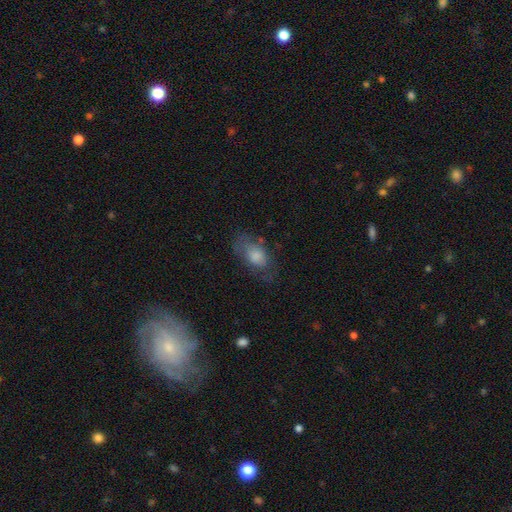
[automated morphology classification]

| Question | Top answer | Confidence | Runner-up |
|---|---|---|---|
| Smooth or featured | smooth | 70% | featured or disk (21%) |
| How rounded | in between | 88% | round (9%) |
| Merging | none | 53% | minor disturbance (26%) |